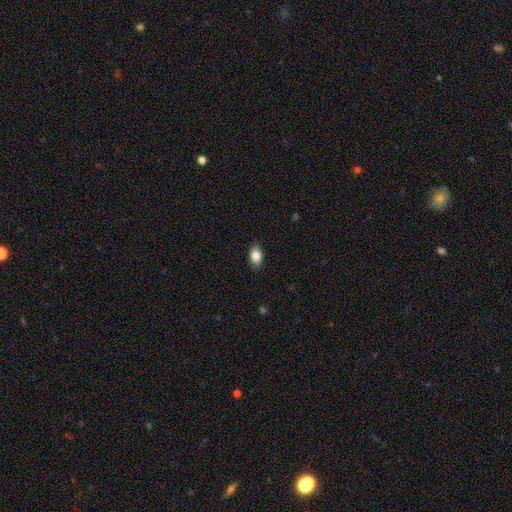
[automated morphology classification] Overall: smooth (87%). How rounded: in between (90%). Merging: none (87%).